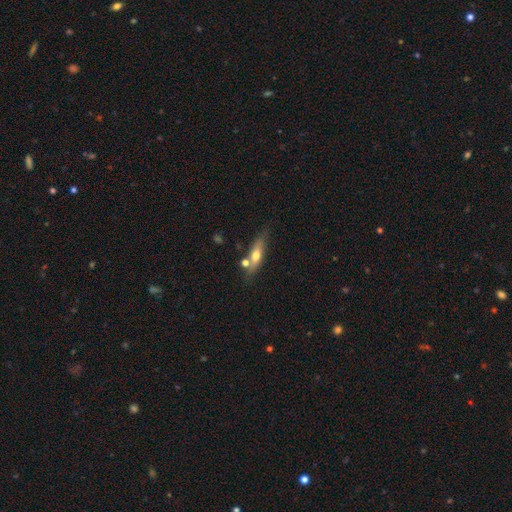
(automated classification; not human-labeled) Smooth or featured? Predicted: smooth (p=0.55). How rounded? Predicted: cigar-shaped (p=0.51). Merging? Predicted: none (p=0.58).